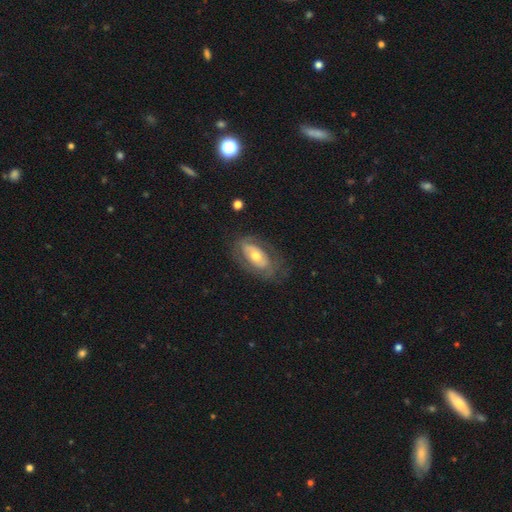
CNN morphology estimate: Q: Smooth or featured?
A: featured or disk (62%); runner-up: smooth (32%)
Q: Edge-on disk?
A: no (90%); runner-up: yes (10%)
Q: Bar?
A: no (70%); runner-up: weak (20%)
Q: Spiral arms?
A: no (52%); runner-up: yes (48%)
Q: Bulge size?
A: moderate (68%); runner-up: small (19%)
Q: Merging?
A: none (69%); runner-up: minor disturbance (18%)